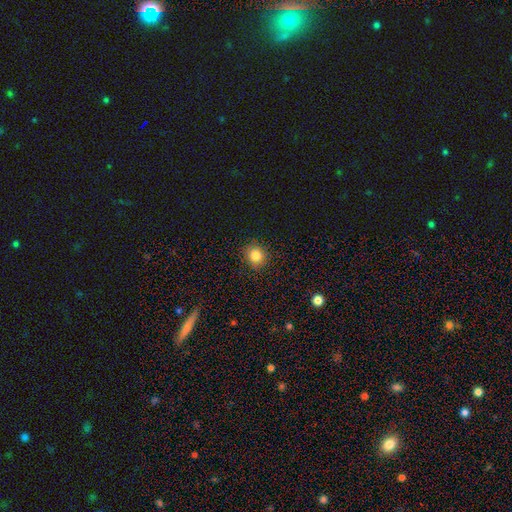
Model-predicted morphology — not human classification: Smooth or featured?
  - smooth: 83% *
  - star or artifact: 11%
  - featured or disk: 6%
How rounded?
  - round: 86% *
  - in between: 13%
  - cigar-shaped: 1%
Merging?
  - none: 89% *
  - minor disturbance: 7%
  - major disturbance: 2%
  - merger: 1%